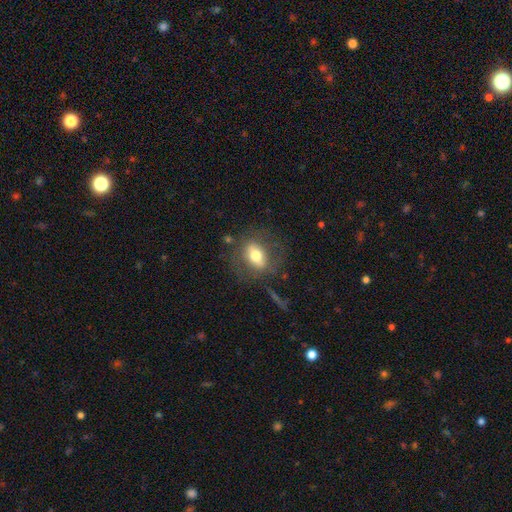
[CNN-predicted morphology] smooth-or-featured: smooth: 56% | featured or disk: 35% | star or artifact: 9%
  how-rounded: in between: 67% | round: 29% | cigar-shaped: 4%
  merging: none: 70% | minor disturbance: 16% | major disturbance: 11% | merger: 3%